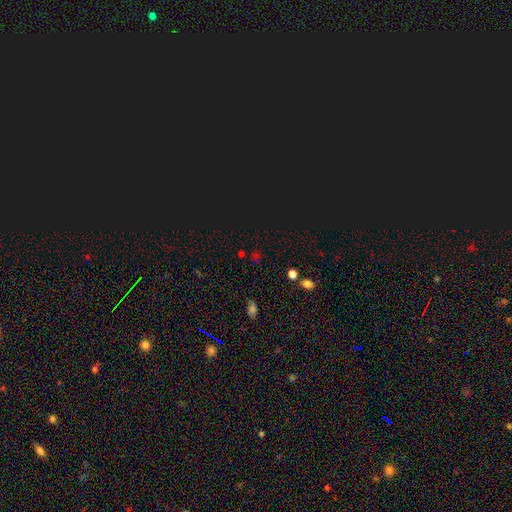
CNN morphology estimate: Q: Smooth or featured?
A: star or artifact (58%); runner-up: smooth (35%)